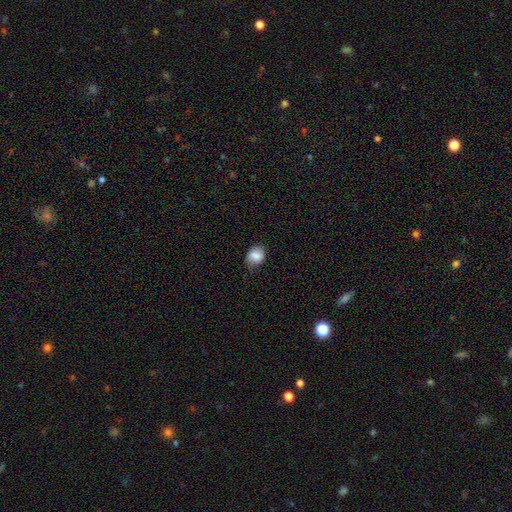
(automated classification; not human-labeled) This is clearly a smooth galaxy (82%). How rounded: possibly in between (54%). Merging: likely none (72%).